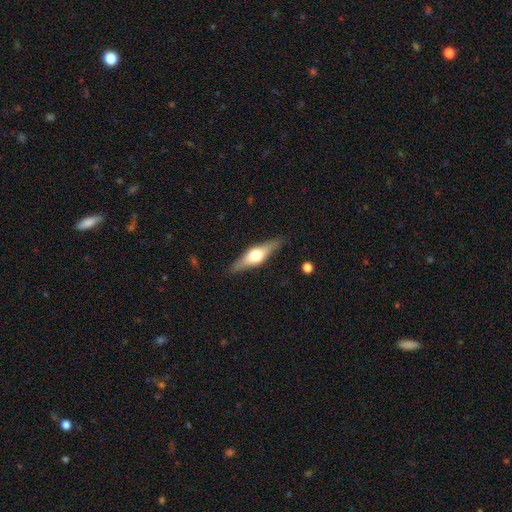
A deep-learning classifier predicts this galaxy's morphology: Overall: featured or disk (63%; smooth 31%). Edge-on disk: yes (95%). Edge-on bulge: rounded (94%). Merging: none (87%).